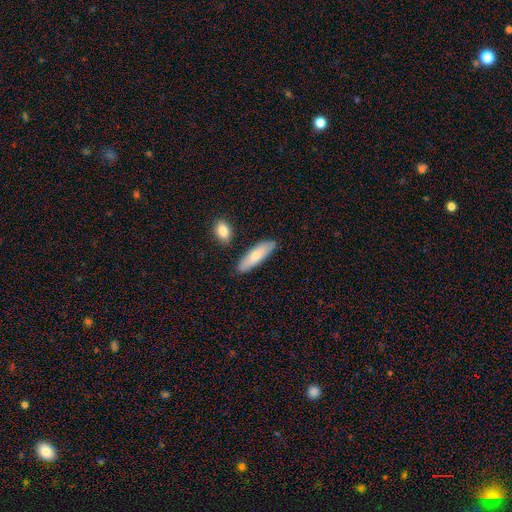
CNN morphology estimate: This is likely a smooth galaxy (72%). How rounded: possibly cigar-shaped (52%). Merging: clearly none (81%).